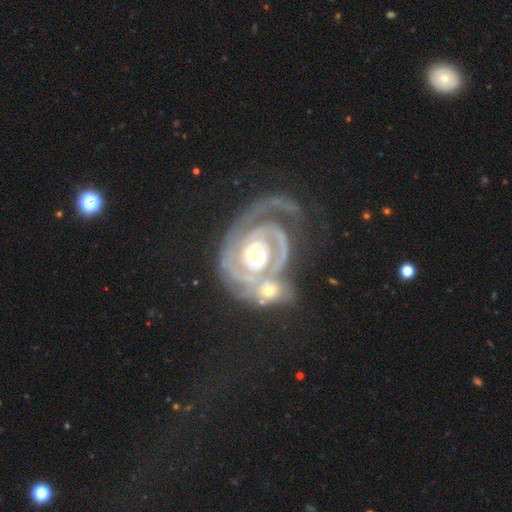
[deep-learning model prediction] featured or disk 89%, smooth 6%, star or artifact 5%. Down the decision tree: edge-on disk — no (97%); bar — no (74%); spiral arms — yes (93%); spiral arm count — 2 (47%); spiral winding — tight (70%); bulge size — moderate (60%); merging — merger (39%).